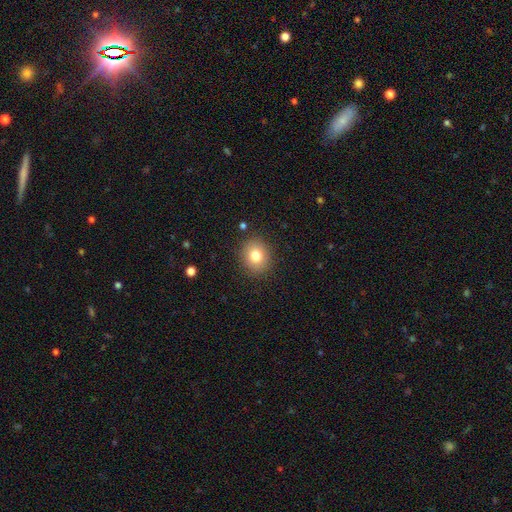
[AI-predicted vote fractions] Smooth or featured: smooth — 79% (star or artifact — 11%)
How rounded: round — 74% (in between — 25%)
Merging: none — 88% (minor disturbance — 8%)